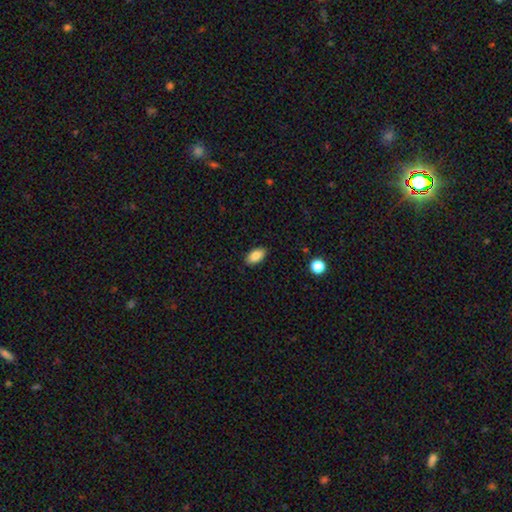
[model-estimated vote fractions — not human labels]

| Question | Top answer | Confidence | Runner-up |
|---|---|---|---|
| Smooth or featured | smooth | 87% | star or artifact (8%) |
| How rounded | in between | 93% | round (4%) |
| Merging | none | 88% | minor disturbance (9%) |